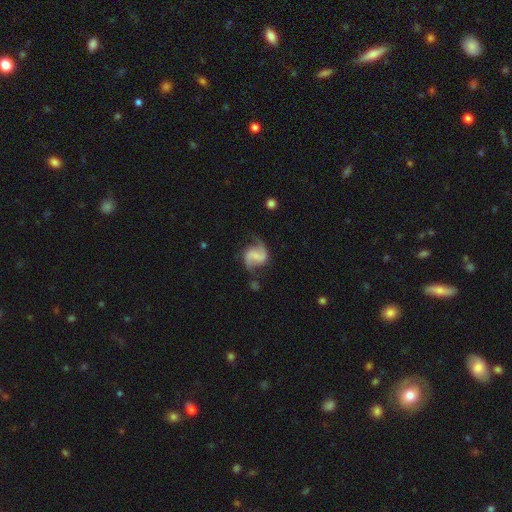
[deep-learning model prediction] smooth-or-featured: featured or disk: 82% | smooth: 12% | star or artifact: 7%
  disk-edge-on: no: 98% | yes: 2%
    bar: weak: 41% | no: 34% | strong: 25%
    has-spiral-arms: yes: 96% | no: 4%
      spiral-winding: loose: 51% | medium: 39% | tight: 10%
      spiral-arm-count: 2: 92% | 1: 3% | can't tell: 2% | 3: 1% | 4: 1% | more than 4: 1%
    bulge-size: none: 63% | small: 20% | moderate: 10% | large: 5% | dominant: 2%
  merging: none: 68% | minor disturbance: 19% | major disturbance: 10% | merger: 3%